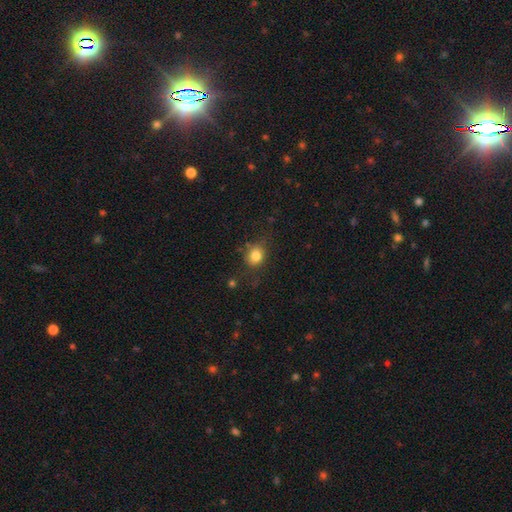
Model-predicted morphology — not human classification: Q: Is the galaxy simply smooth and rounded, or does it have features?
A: smooth — 82%.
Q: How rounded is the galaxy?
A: round — 61%.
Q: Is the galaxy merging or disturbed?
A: none — 73%.